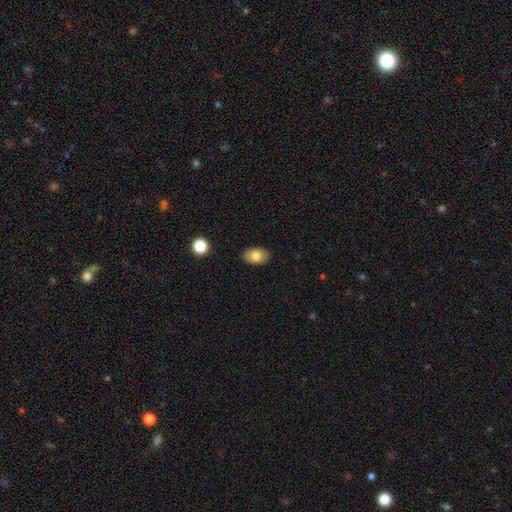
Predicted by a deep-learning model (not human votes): A smooth galaxy with no disk features (82%) that is in between round and cigar-shaped (87%).

Vote fractions:
- Smooth or featured? smooth: 82% / featured or disk: 10% / star or artifact: 8%
- How rounded? in between: 87% / round: 11% / cigar-shaped: 1%
- Merging? none: 88% / minor disturbance: 9% / major disturbance: 2% / merger: 1%